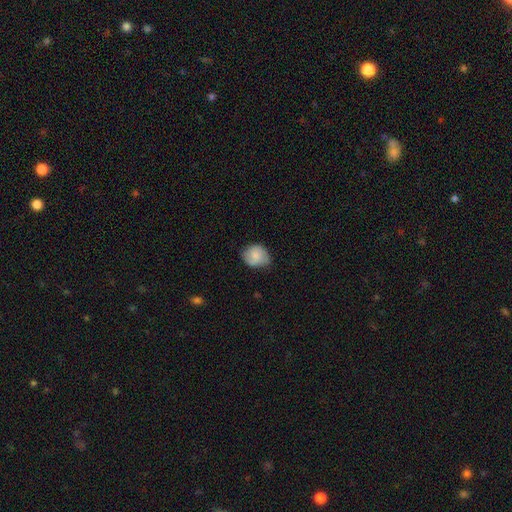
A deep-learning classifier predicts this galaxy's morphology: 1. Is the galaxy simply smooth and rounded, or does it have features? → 74% smooth, 19% featured or disk, 7% star or artifact.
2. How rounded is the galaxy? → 59% round, 40% in between, 1% cigar-shaped.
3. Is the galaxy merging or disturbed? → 64% none, 29% minor disturbance, 6% major disturbance, 1% merger.